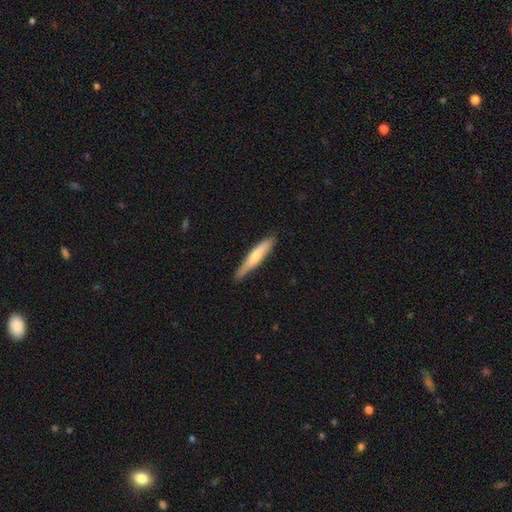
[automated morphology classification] smooth_or_featured: smooth (p=0.60) [alt: featured or disk p=0.35]
how_rounded: cigar-shaped (p=0.90) [alt: in between p=0.09]
merging: none (p=0.82) [alt: minor disturbance p=0.15]